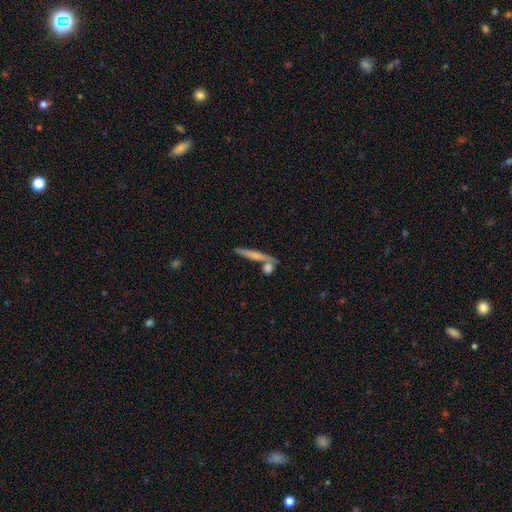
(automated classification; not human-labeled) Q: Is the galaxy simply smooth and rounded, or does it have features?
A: smooth — 48%.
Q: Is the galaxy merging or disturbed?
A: none — 67%.